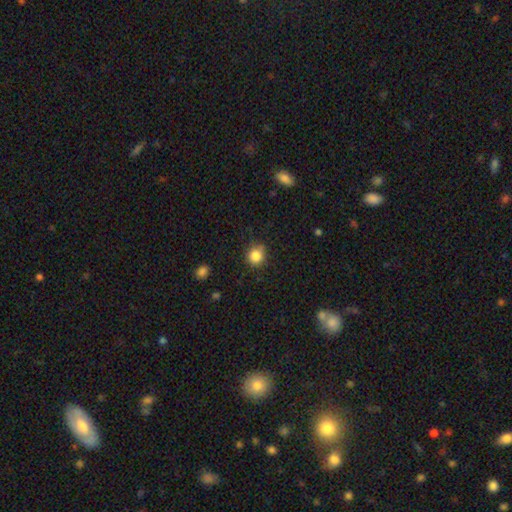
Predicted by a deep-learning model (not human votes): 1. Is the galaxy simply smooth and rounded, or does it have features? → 84% smooth, 11% star or artifact, 5% featured or disk.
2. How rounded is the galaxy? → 89% round, 10% in between, 1% cigar-shaped.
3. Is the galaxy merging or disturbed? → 81% none, 14% minor disturbance, 3% major disturbance, 2% merger.